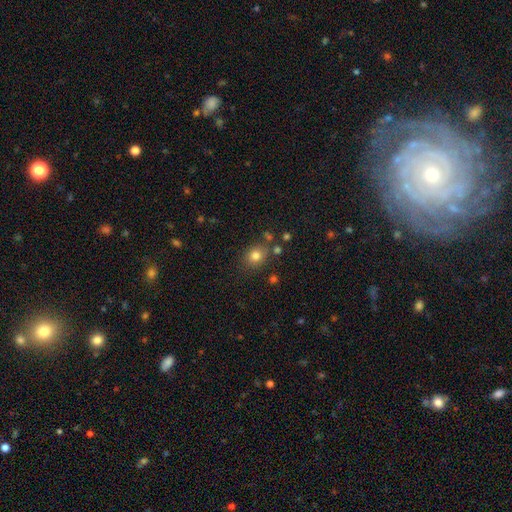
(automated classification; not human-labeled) Morphology: type=smooth (79%); roundness=round (65%); merging=none (77%).